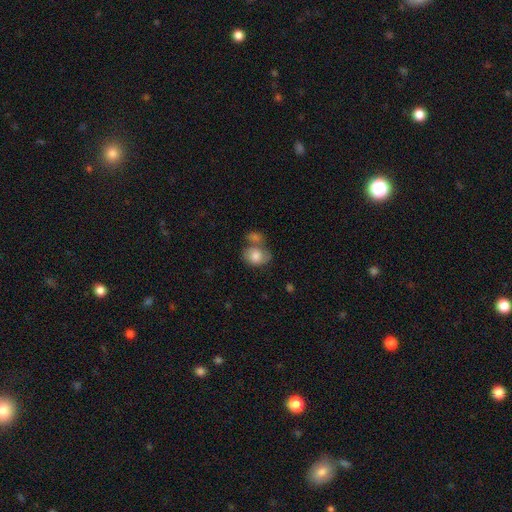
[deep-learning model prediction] Smooth or featured? smooth (72%)
How rounded? in between (53%)
Merging? merger (43%)